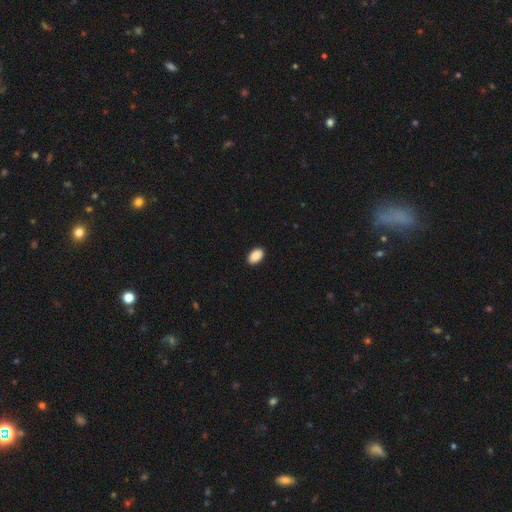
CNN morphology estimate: Smooth or featured: smooth — 90% (star or artifact — 7%)
How rounded: in between — 92% (round — 7%)
Merging: none — 90% (minor disturbance — 7%)